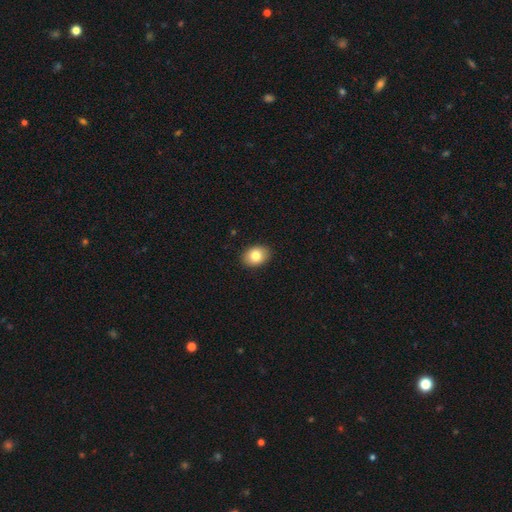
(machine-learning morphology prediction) This appears to be a smooth galaxy with no disk features (83%) that is in between round and cigar-shaped (73%). Merging: none (91%).